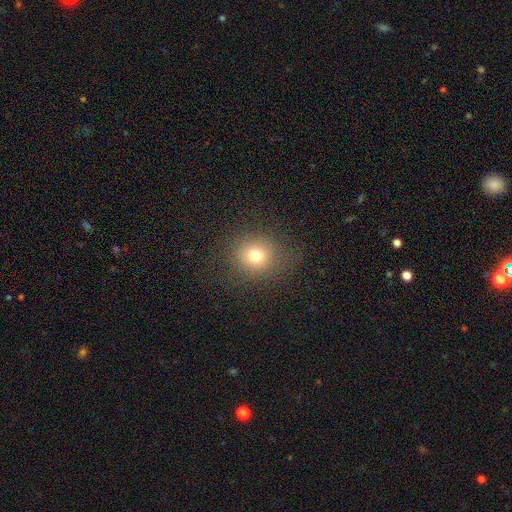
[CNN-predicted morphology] Q: Smooth or featured?
A: smooth (74%); runner-up: star or artifact (16%)
Q: How rounded?
A: round (85%); runner-up: in between (14%)
Q: Merging?
A: none (84%); runner-up: minor disturbance (10%)